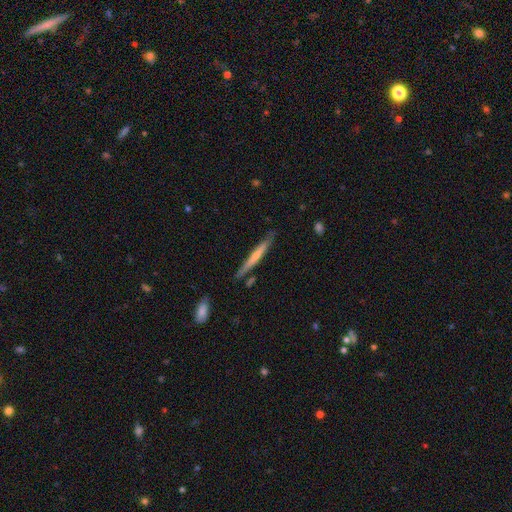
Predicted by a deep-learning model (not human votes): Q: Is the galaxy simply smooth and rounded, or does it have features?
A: smooth — 47%, tied with featured or disk.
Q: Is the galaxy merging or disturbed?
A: none — 81%.